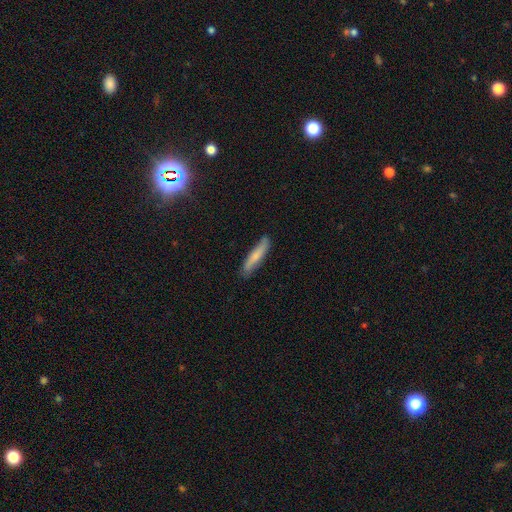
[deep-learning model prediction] Smooth or featured?
  - smooth: 68% *
  - featured or disk: 26%
  - star or artifact: 6%
How rounded?
  - cigar-shaped: 88% *
  - in between: 10%
  - round: 1%
Merging?
  - none: 83% *
  - minor disturbance: 14%
  - major disturbance: 2%
  - merger: 1%